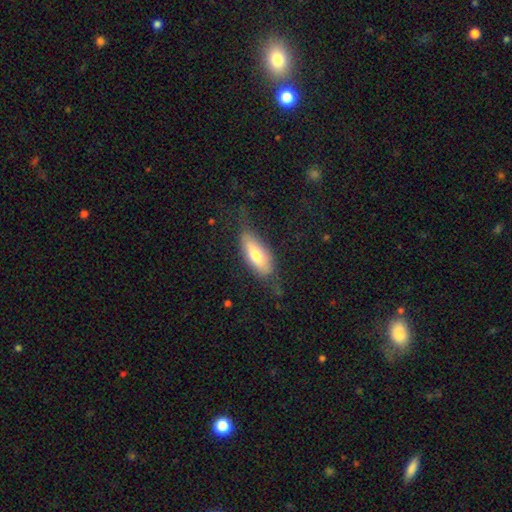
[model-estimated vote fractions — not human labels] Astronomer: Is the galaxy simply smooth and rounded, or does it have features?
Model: smooth — 60%.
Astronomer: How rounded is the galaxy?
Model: in between — 68%.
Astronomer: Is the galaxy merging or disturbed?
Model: none — 62%.